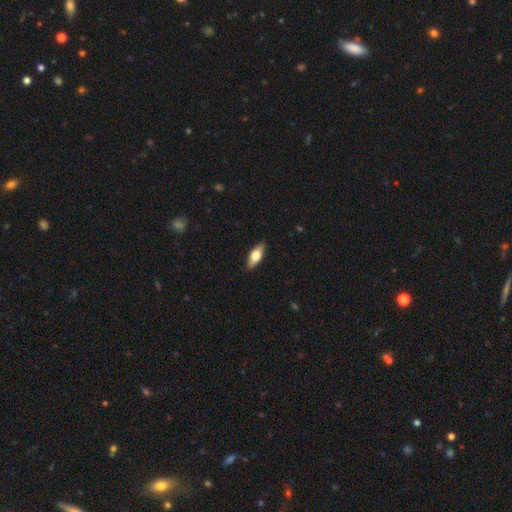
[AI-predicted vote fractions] A smooth galaxy with no disk features (64%) that is in between round and cigar-shaped (74%). Merging: none (88%).